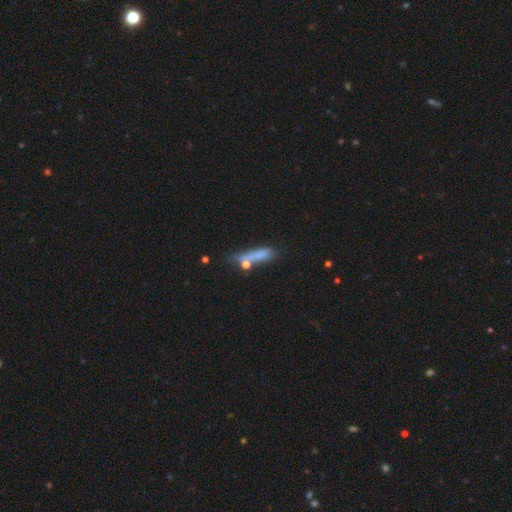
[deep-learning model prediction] The model was most divided on "merging": none: 47%, minor disturbance: 21%, merger: 18%, major disturbance: 14%. More confident: how rounded — cigar-shaped (69%); smooth or featured — smooth (63%).